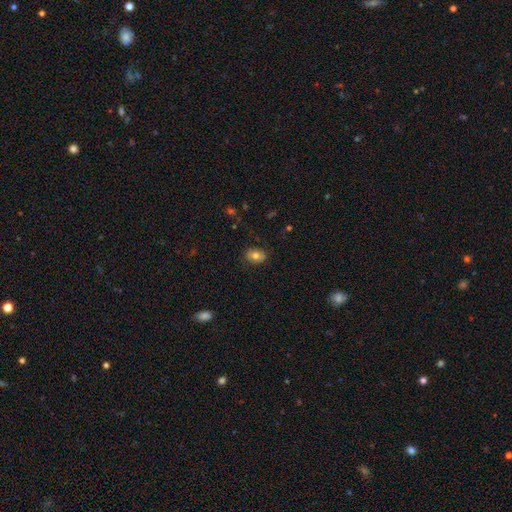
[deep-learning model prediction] Smooth or featured: smooth — 71% (featured or disk — 20%)
How rounded: in between — 71% (round — 28%)
Merging: none — 82% (minor disturbance — 13%)